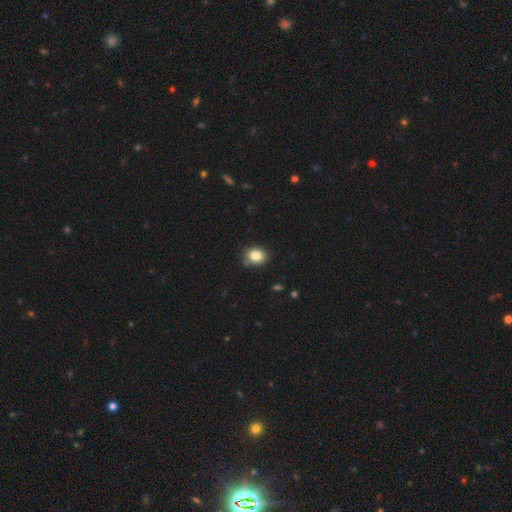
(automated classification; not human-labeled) Smooth or featured?
  - smooth: 84% *
  - star or artifact: 10%
  - featured or disk: 6%
How rounded?
  - round: 50% *
  - in between: 49%
  - cigar-shaped: 1%
Merging?
  - none: 80% *
  - minor disturbance: 15%
  - major disturbance: 3%
  - merger: 2%